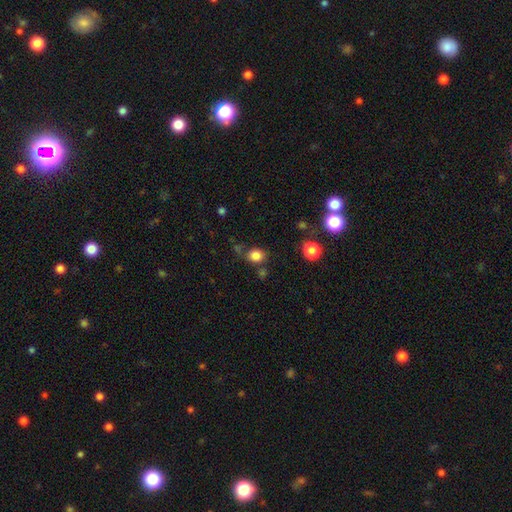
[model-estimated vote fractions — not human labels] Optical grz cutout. It shows a smooth galaxy with no disk features (82%) that is round (64%). Merging: none (71%).